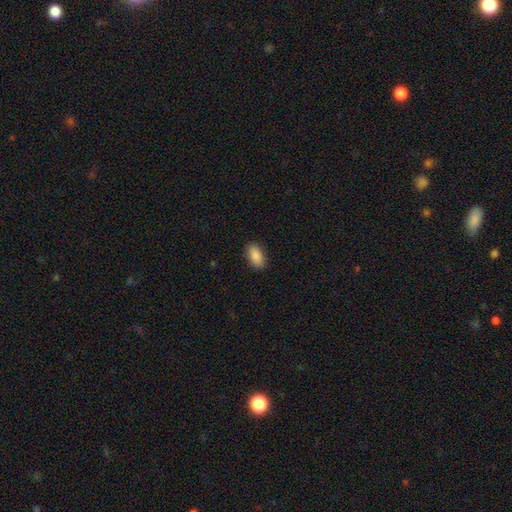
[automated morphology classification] A smooth galaxy with no disk features (88%) that is in between round and cigar-shaped (92%). Merging: none (88%).